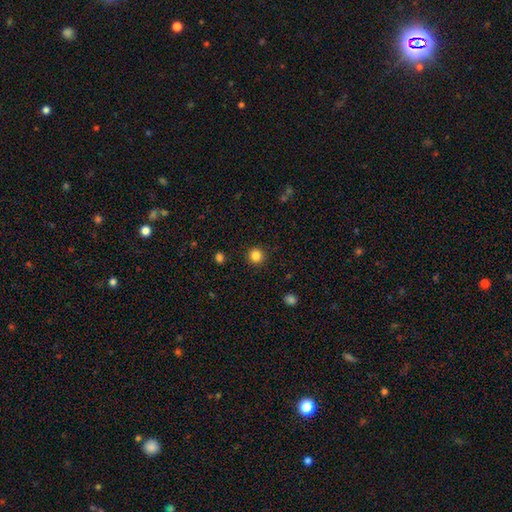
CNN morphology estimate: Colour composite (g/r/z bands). It shows a smooth galaxy with no disk features (85%) that is round (94%). Merging: none (91%).